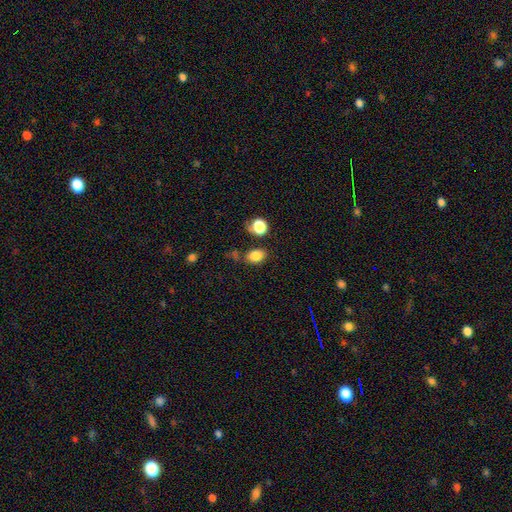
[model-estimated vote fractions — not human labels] smooth_or_featured: smooth (p=0.82) [alt: star or artifact p=0.12]
how_rounded: in between (p=0.68) [alt: round p=0.31]
merging: none (p=0.70) [alt: minor disturbance p=0.16]